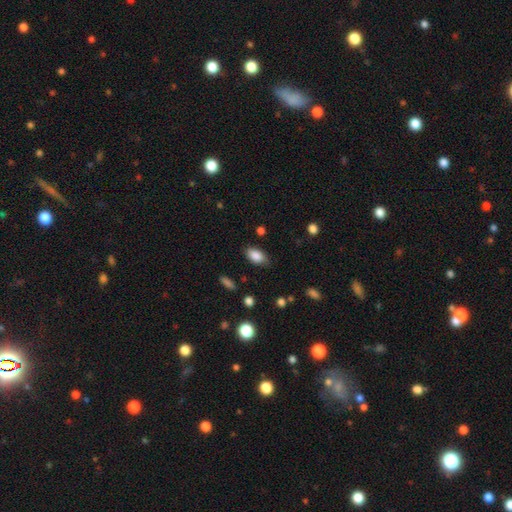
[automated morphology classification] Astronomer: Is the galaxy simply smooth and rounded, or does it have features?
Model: smooth — 86%.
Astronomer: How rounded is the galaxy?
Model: in between — 91%.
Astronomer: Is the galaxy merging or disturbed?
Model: none — 80%.